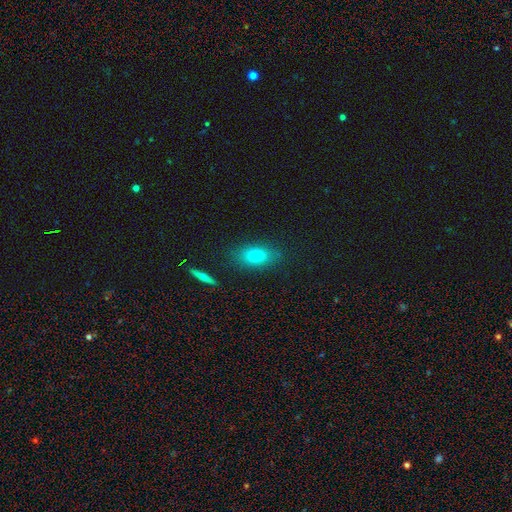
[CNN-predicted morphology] Smooth or featured: smooth — 75% (featured or disk — 15%)
How rounded: in between — 80% (round — 12%)
Merging: none — 83% (minor disturbance — 11%)